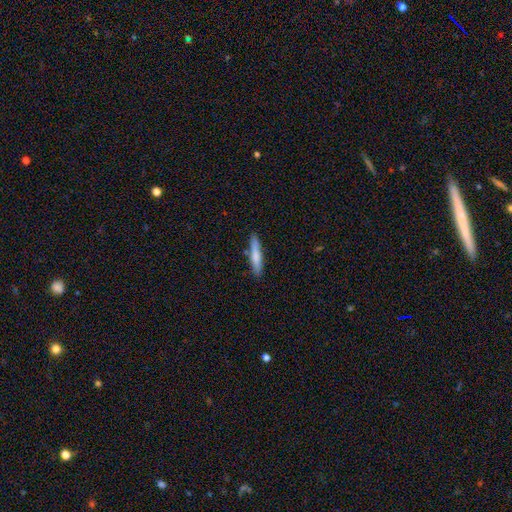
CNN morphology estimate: Q: Smooth or featured?
A: smooth (72%); runner-up: featured or disk (22%)
Q: How rounded?
A: cigar-shaped (90%); runner-up: in between (9%)
Q: Merging?
A: none (85%); runner-up: minor disturbance (11%)